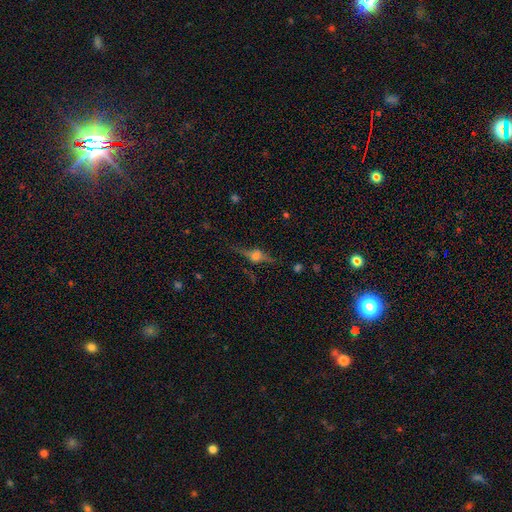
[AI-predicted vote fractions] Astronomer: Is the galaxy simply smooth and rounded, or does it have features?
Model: featured or disk — 70%.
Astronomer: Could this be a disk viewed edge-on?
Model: yes — 94%.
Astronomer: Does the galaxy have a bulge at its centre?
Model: rounded — 93%.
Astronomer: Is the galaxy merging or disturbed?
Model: none — 83%.